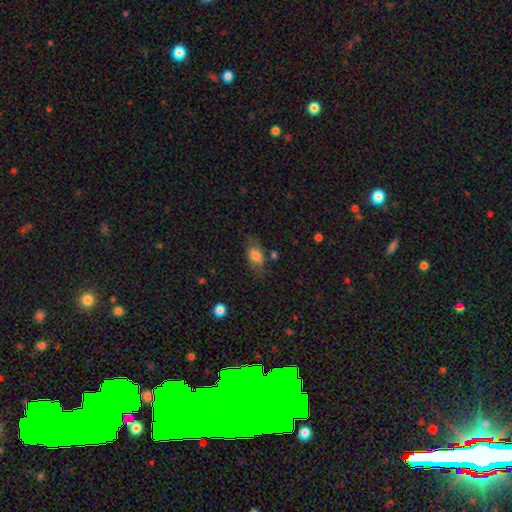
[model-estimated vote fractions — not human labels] Smooth or featured? smooth (74%)
How rounded? in between (86%)
Merging? none (65%)